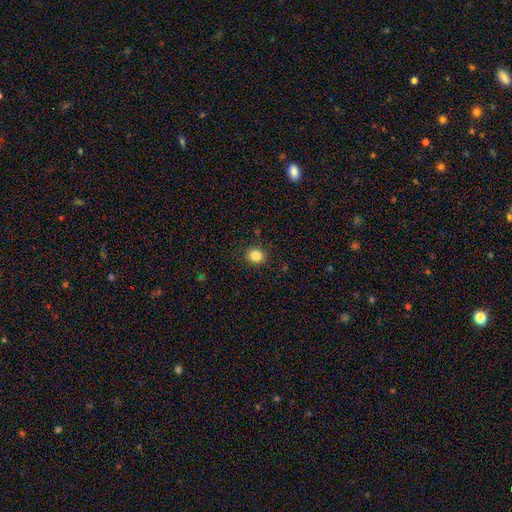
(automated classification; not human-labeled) smooth-or-featured: smooth: 85% | star or artifact: 11% | featured or disk: 5%
  how-rounded: round: 75% | in between: 24% | cigar-shaped: 1%
  merging: none: 89% | minor disturbance: 8% | major disturbance: 2% | merger: 1%